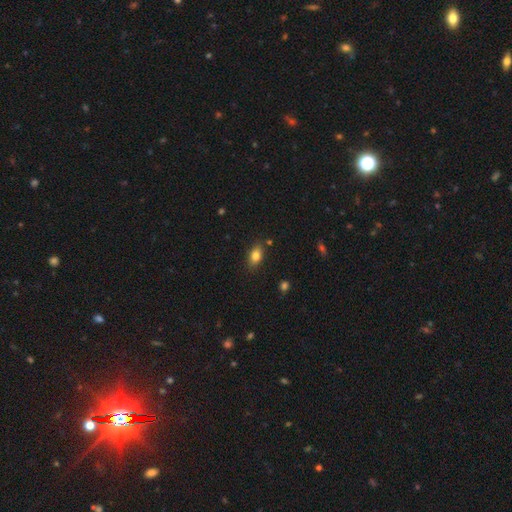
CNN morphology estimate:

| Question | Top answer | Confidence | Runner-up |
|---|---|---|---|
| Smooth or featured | smooth | 80% | featured or disk (10%) |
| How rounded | in between | 83% | round (13%) |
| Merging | none | 81% | minor disturbance (13%) |